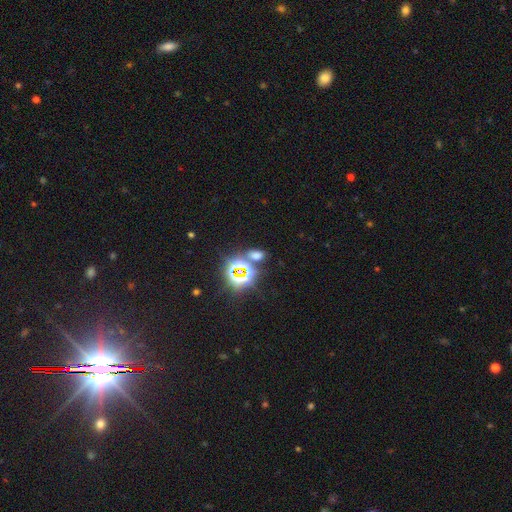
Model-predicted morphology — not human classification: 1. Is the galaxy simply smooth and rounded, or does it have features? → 48% smooth, 44% star or artifact, 7% featured or disk.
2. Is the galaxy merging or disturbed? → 72% none, 14% merger, 10% minor disturbance, 4% major disturbance.